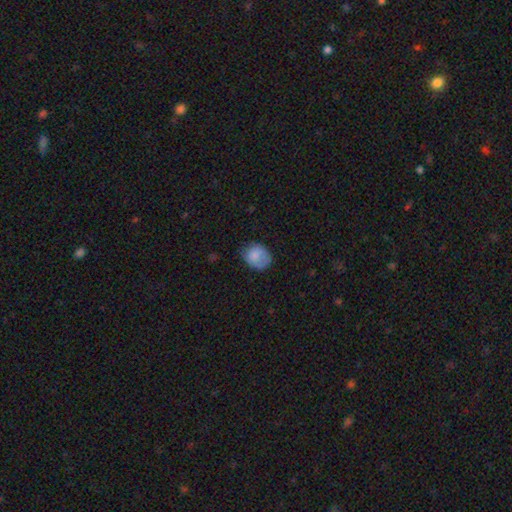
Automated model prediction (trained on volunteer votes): smooth_or_featured: smooth (p=0.80) [alt: featured or disk p=0.12]
how_rounded: in between (p=0.50) [alt: round p=0.49]
merging: none (p=0.58) [alt: minor disturbance p=0.30]